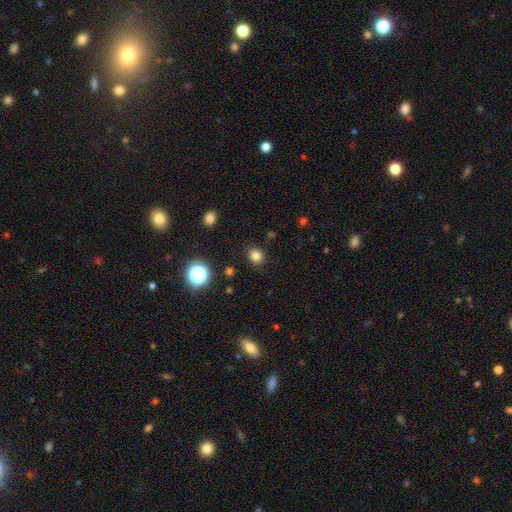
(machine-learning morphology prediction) This appears to be a smooth galaxy with no disk features (81%) that is round (67%). Merging: none (89%).